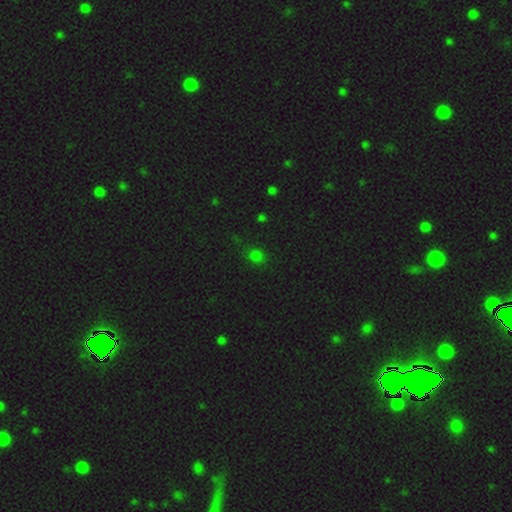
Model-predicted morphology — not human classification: Smooth or featured? Predicted: smooth (p=0.70). How rounded? Predicted: round (p=0.67). Merging? Predicted: none (p=0.80).